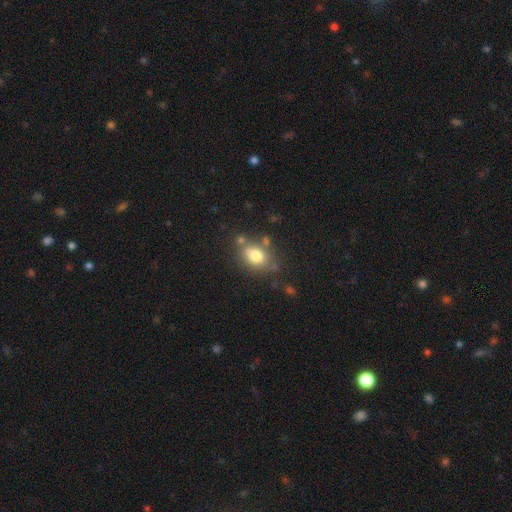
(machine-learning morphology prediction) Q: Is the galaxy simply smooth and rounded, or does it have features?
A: smooth — 77%.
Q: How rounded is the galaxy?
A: in between — 66%.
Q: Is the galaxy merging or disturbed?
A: none — 66%.